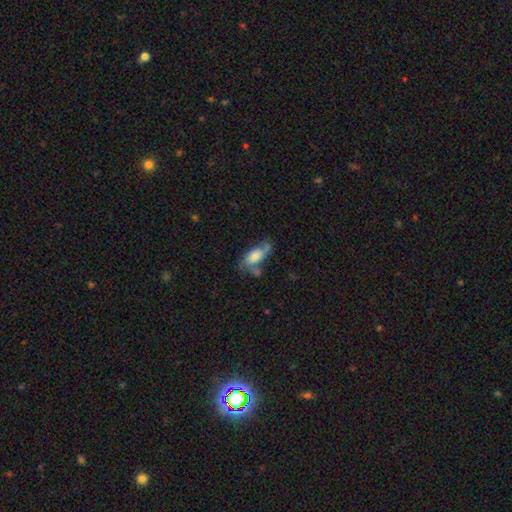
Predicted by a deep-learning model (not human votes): The model was most divided on "merging": none: 38%, minor disturbance: 27%, major disturbance: 19%, merger: 16%. More confident: how rounded — in between (82%); smooth or featured — smooth (56%).